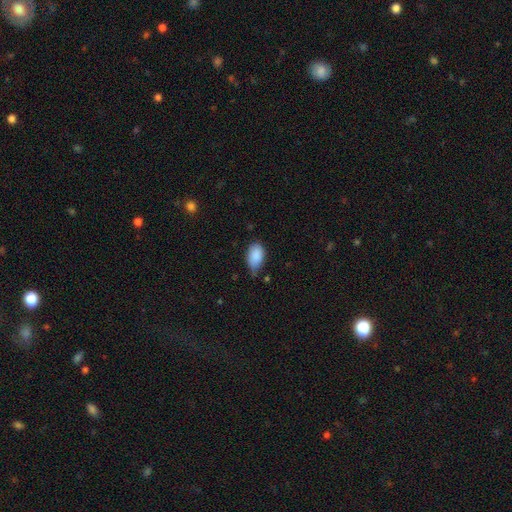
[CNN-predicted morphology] This appears to be a smooth galaxy with no disk features (89%) that is in between round and cigar-shaped (93%). Merging: none (62%).